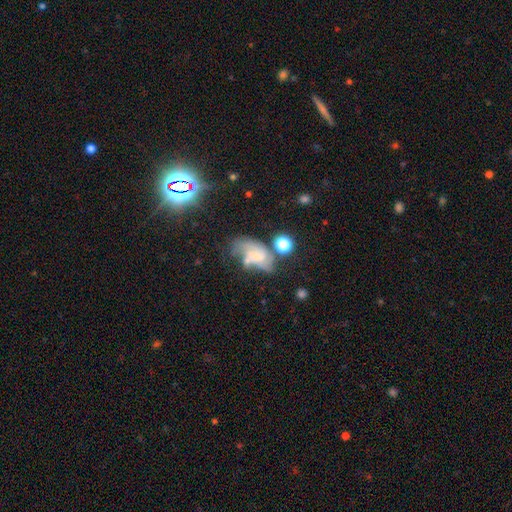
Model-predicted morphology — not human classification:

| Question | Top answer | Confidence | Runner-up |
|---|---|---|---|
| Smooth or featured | featured or disk | 58% | smooth (30%) |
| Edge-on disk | no | 96% | yes (4%) |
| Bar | no | 60% | weak (32%) |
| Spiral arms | yes | 78% | no (22%) |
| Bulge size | small | 50% | moderate (22%) |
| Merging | none | 31% | major disturbance (26%) |